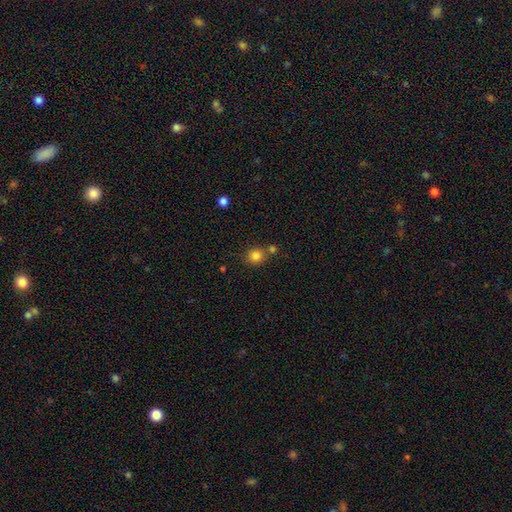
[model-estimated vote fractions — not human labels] The model was most divided on "merging": none: 66%, merger: 20%, minor disturbance: 10%, major disturbance: 3%. More confident: how rounded — round (86%); smooth or featured — smooth (83%).